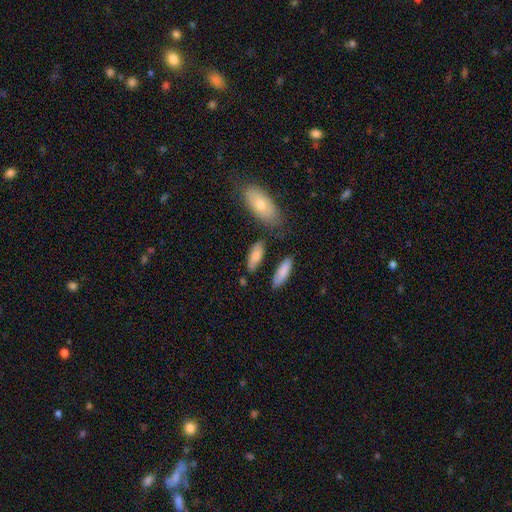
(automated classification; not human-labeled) Overall: smooth (80%). How rounded: in between (72%). Merging: none (69%).